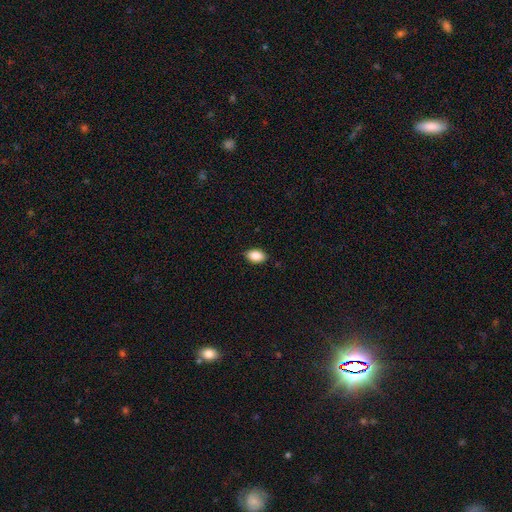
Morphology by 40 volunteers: Smooth or featured? smooth (85%)
How rounded? in between (91%)
Merging? none (86%)